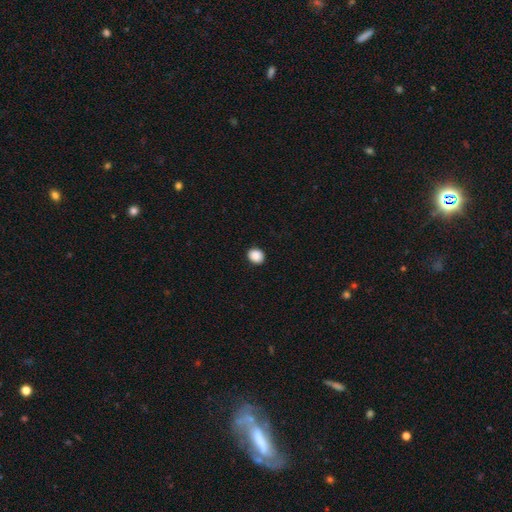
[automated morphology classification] smooth-or-featured: smooth: 89% | star or artifact: 8% | featured or disk: 2%
  how-rounded: round: 72% | in between: 27% | cigar-shaped: 1%
  merging: none: 92% | minor disturbance: 5% | major disturbance: 2% | merger: 1%